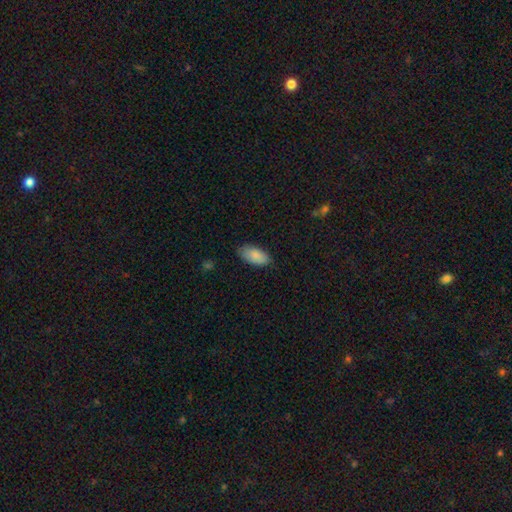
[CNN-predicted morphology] type=smooth (87%); roundness=in between (93%); merging=none (79%).